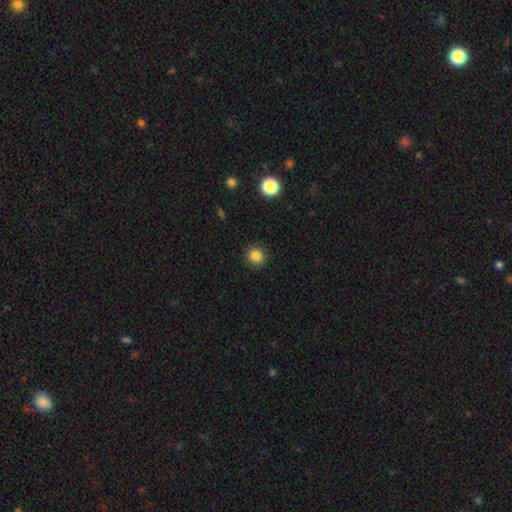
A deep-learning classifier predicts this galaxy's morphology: A smooth galaxy with no disk features (84%) that is round (92%).

Vote fractions:
- Smooth or featured? smooth: 84% / star or artifact: 12% / featured or disk: 4%
- How rounded? round: 92% / in between: 7% / cigar-shaped: 1%
- Merging? none: 92% / minor disturbance: 6% / major disturbance: 2% / merger: 1%